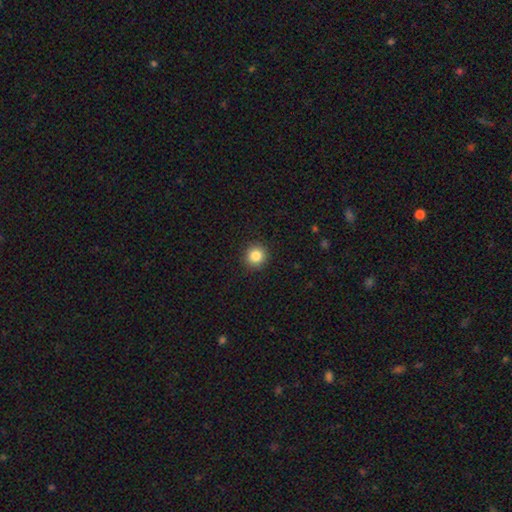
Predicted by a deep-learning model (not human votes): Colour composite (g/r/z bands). It shows a smooth galaxy with no disk features (85%) that is round (92%). Merging: none (92%).